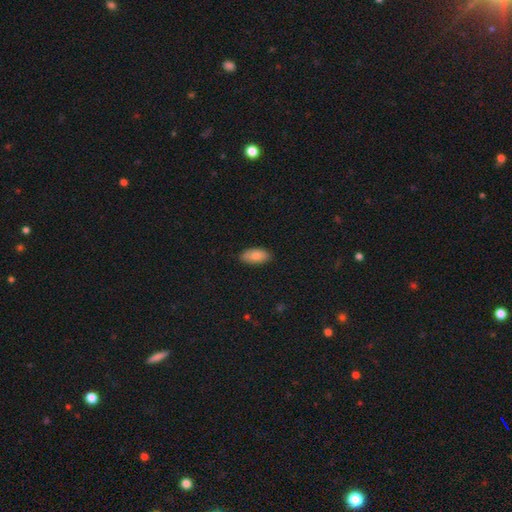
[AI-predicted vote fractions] Overall: smooth (85%). How rounded: in between (92%). Merging: none (87%).